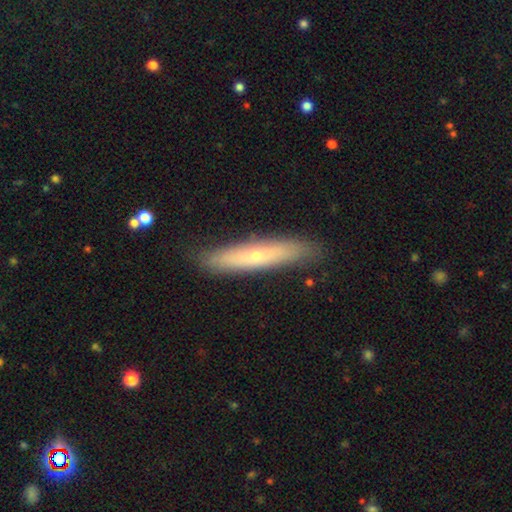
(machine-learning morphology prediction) smooth-or-featured: smooth: 50% | featured or disk: 44% | star or artifact: 7%
  merging: none: 86% | minor disturbance: 10% | major disturbance: 2% | merger: 1%